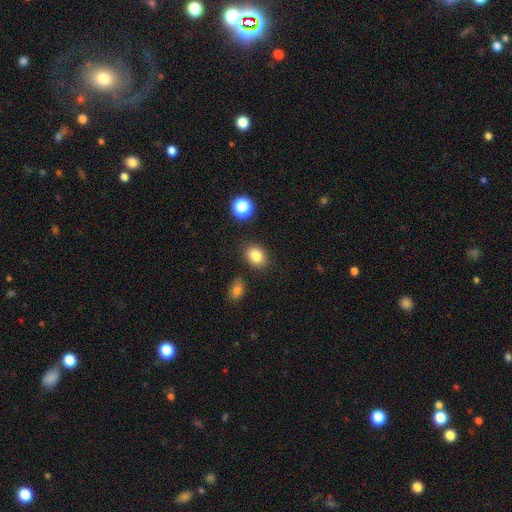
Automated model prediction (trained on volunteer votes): A smooth galaxy with no disk features (82%) that is in between round and cigar-shaped (60%). Merging: none (84%).